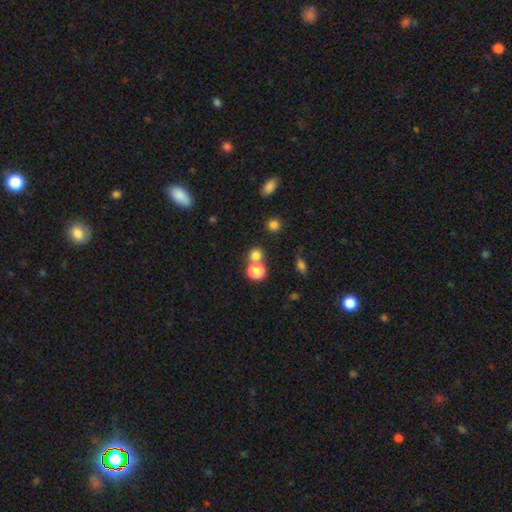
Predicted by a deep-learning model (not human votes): smooth_or_featured: smooth (p=0.75) [alt: star or artifact p=0.19]
how_rounded: round (p=0.85) [alt: in between p=0.14]
merging: none (p=0.61) [alt: merger p=0.28]